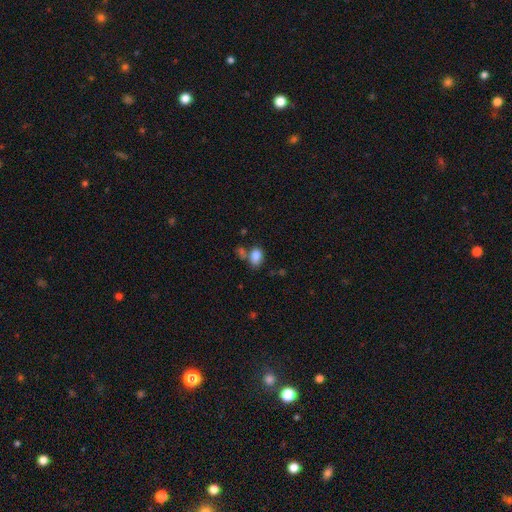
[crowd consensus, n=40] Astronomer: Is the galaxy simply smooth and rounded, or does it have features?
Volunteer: smooth — 82%.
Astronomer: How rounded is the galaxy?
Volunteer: in between — 79%.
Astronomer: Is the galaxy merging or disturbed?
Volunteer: none — 63%.